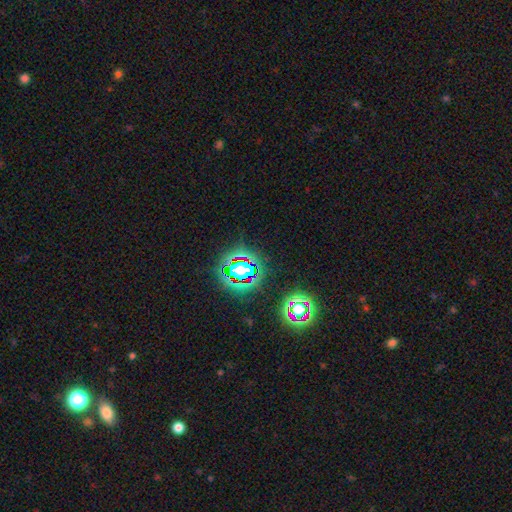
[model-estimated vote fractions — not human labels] smooth_or_featured: star or artifact (p=0.76) [alt: smooth p=0.16]